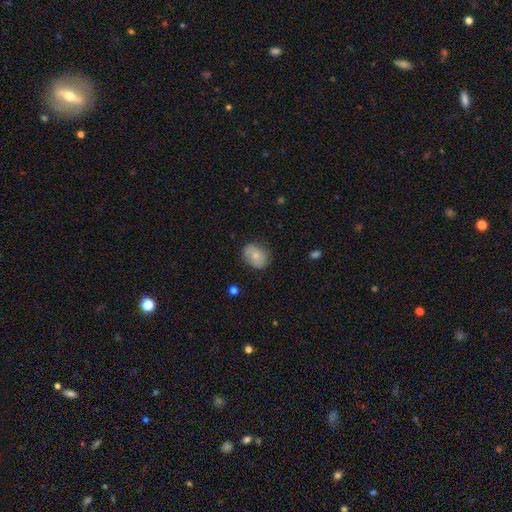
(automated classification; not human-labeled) smooth_or_featured: smooth (p=0.74) [alt: featured or disk p=0.19]
how_rounded: in between (p=0.57) [alt: round p=0.42]
merging: none (p=0.75) [alt: minor disturbance p=0.19]